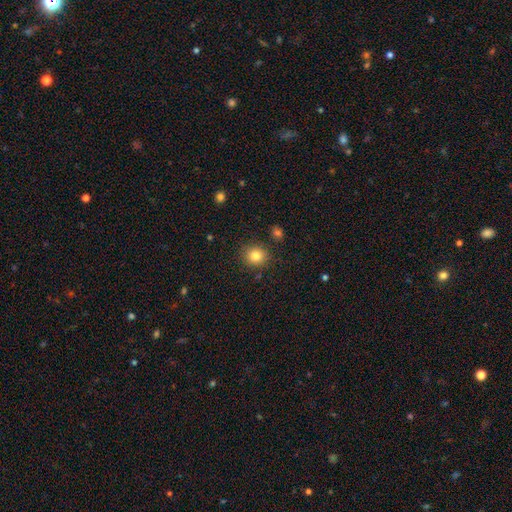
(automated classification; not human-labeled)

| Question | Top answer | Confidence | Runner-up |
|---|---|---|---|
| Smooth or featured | smooth | 83% | star or artifact (11%) |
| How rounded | round | 84% | in between (15%) |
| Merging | none | 86% | minor disturbance (9%) |